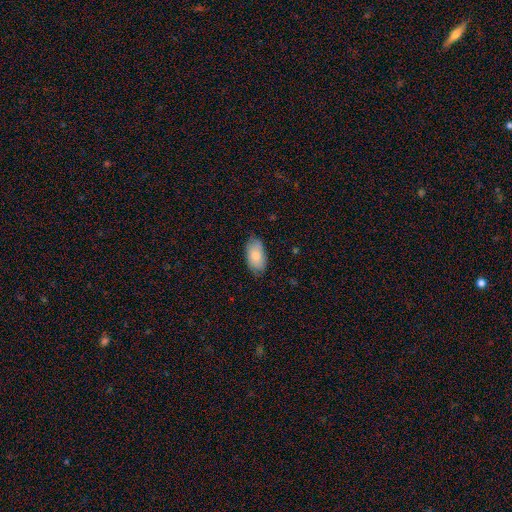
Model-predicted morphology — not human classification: The model was most divided on "merging": none: 78%, minor disturbance: 18%, major disturbance: 3%, merger: 1%. More confident: how rounded — in between (95%); smooth or featured — smooth (82%).